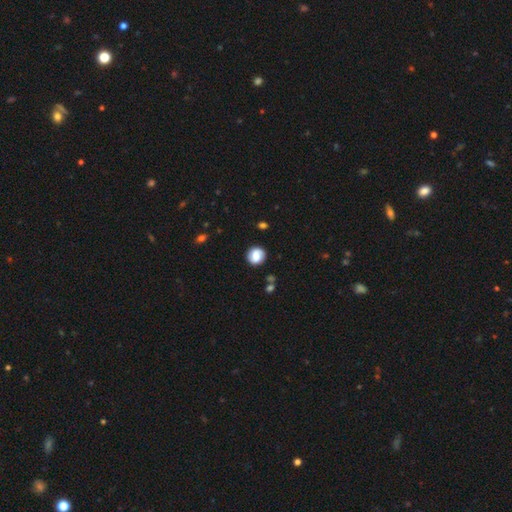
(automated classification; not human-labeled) Smooth or featured: smooth — 72% (featured or disk — 19%)
How rounded: round — 86% (in between — 13%)
Merging: none — 80% (minor disturbance — 13%)